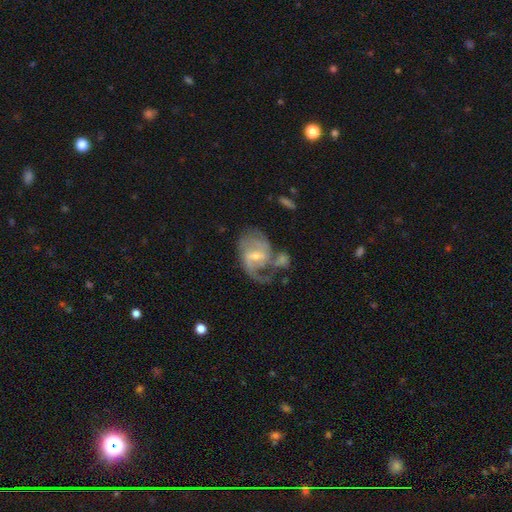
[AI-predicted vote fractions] smooth-or-featured: featured or disk: 81% | smooth: 13% | star or artifact: 6%
  disk-edge-on: no: 97% | yes: 3%
    bar: weak: 56% | strong: 22% | no: 21%
    has-spiral-arms: yes: 89% | no: 11%
      spiral-winding: medium: 46% | loose: 30% | tight: 24%
      spiral-arm-count: 2: 52% | can't tell: 19% | 1: 15% | 3: 9% | 4: 3% | more than 4: 2%
    bulge-size: small: 53% | moderate: 40% | none: 3% | large: 2% | dominant: 1%
  merging: none: 31% | major disturbance: 28% | merger: 24% | minor disturbance: 18%